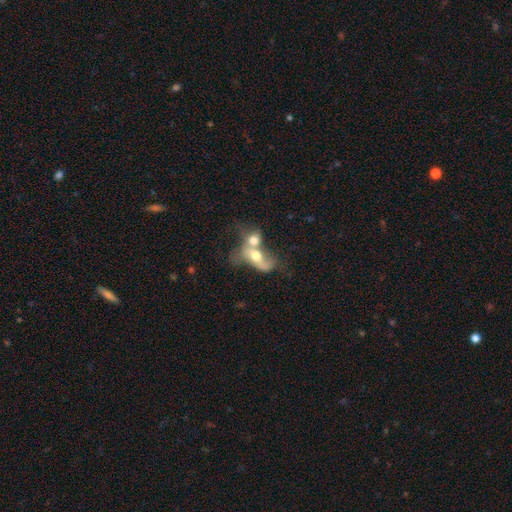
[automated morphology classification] This is possibly a smooth galaxy (51%). How rounded: likely in between (73%). Merging: likely merger (78%).